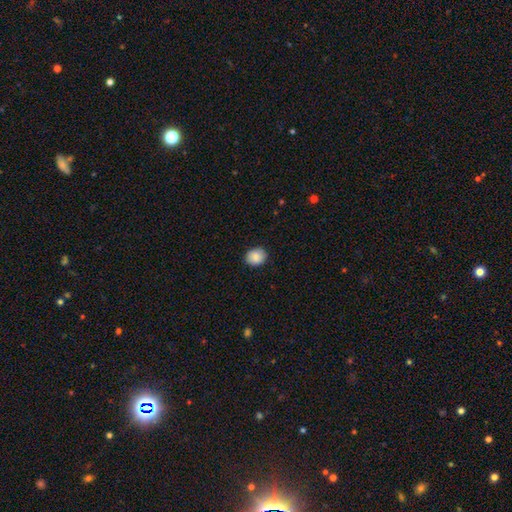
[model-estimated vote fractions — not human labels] Overall: smooth (88%). How rounded: round (64%; in between 35%). Merging: none (88%).